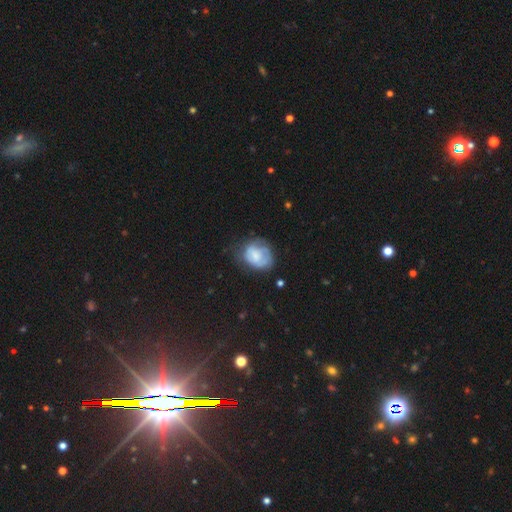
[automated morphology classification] The model was most divided on "how rounded": round: 50%, in between: 49%, cigar-shaped: 1%. Remaining: smooth or featured — smooth (52%); merging — none (47%).